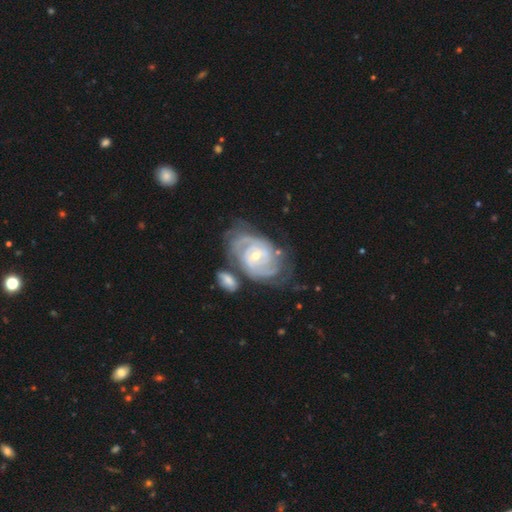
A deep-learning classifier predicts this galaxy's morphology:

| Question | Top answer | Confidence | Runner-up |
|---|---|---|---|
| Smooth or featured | featured or disk | 89% | smooth (6%) |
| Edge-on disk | no | 97% | yes (3%) |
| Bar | no | 50% | weak (38%) |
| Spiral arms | yes | 96% | no (4%) |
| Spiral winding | tight | 70% | medium (25%) |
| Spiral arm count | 2 | 35% | can't tell (28%) |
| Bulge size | small | 58% | moderate (39%) |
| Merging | none | 55% | minor disturbance (20%) |